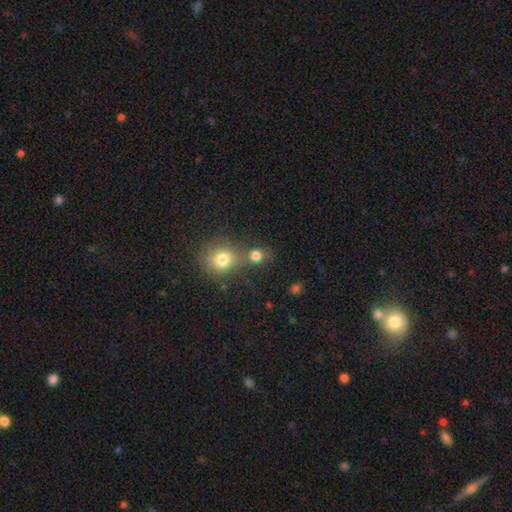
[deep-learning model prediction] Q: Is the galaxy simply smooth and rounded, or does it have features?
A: smooth — 79%.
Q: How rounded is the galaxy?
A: round — 81%.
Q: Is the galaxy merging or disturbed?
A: none — 55%.